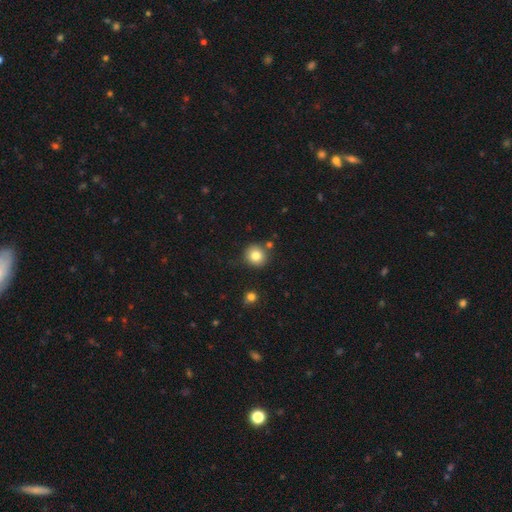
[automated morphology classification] The model was most divided on "smooth or featured": smooth: 81%, star or artifact: 11%, featured or disk: 8%. More confident: how rounded — round (92%); merging — none (82%).